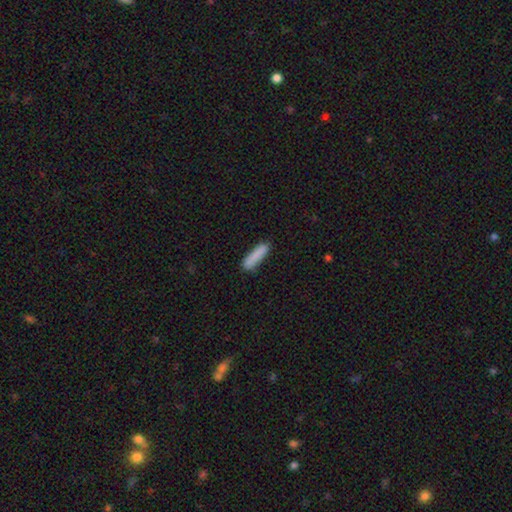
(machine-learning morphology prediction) Smooth or featured? smooth (86%)
How rounded? cigar-shaped (78%)
Merging? none (83%)